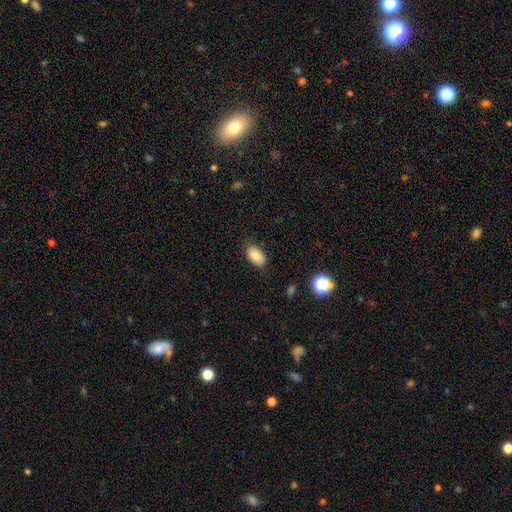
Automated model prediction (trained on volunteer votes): smooth_or_featured: smooth (p=0.85) [alt: star or artifact p=0.08]
how_rounded: in between (p=0.92) [alt: round p=0.07]
merging: none (p=0.82) [alt: minor disturbance p=0.13]